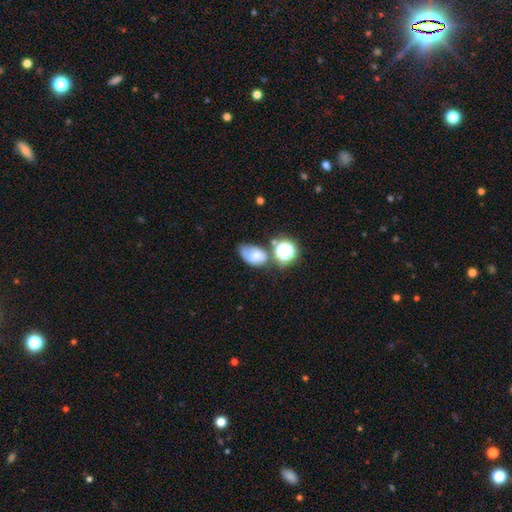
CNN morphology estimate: smooth-or-featured: smooth: 64% | featured or disk: 20% | star or artifact: 16%
  how-rounded: in between: 79% | round: 20% | cigar-shaped: 1%
  merging: none: 38% | minor disturbance: 29% | merger: 18% | major disturbance: 14%